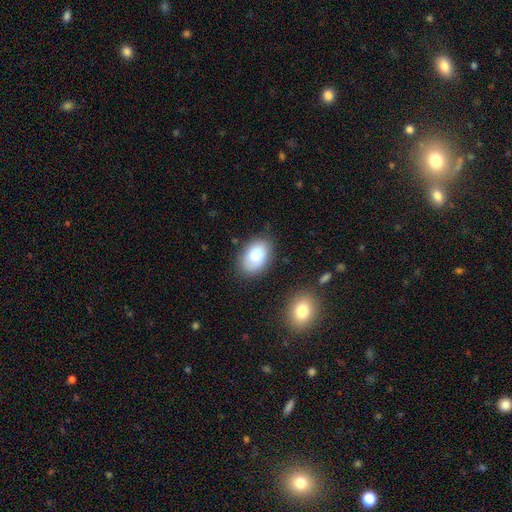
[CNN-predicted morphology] This is likely a smooth galaxy (79%). How rounded: clearly in between (87%). Merging: clearly none (80%).